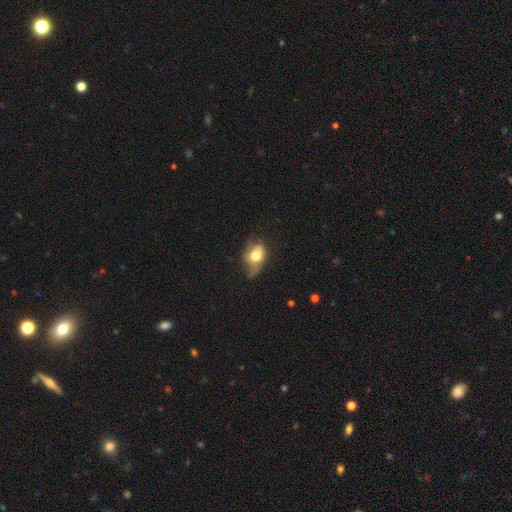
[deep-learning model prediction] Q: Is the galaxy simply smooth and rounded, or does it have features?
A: smooth — 64%.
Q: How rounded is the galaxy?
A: in between — 74%.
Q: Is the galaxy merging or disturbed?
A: minor disturbance — 40%.